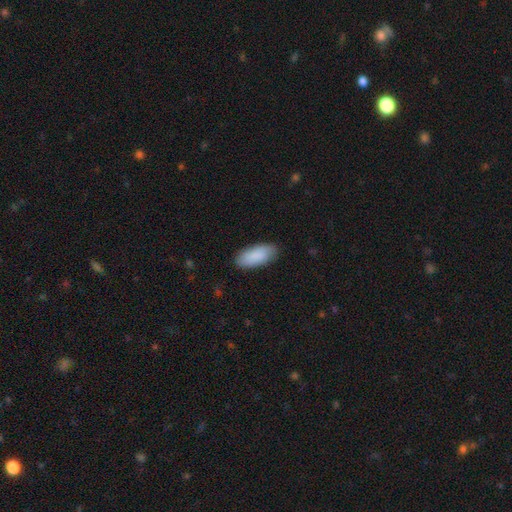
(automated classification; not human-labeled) smooth_or_featured: smooth (p=0.89) [alt: featured or disk p=0.05]
how_rounded: in between (p=0.87) [alt: cigar-shaped p=0.11]
merging: none (p=0.86) [alt: minor disturbance p=0.11]